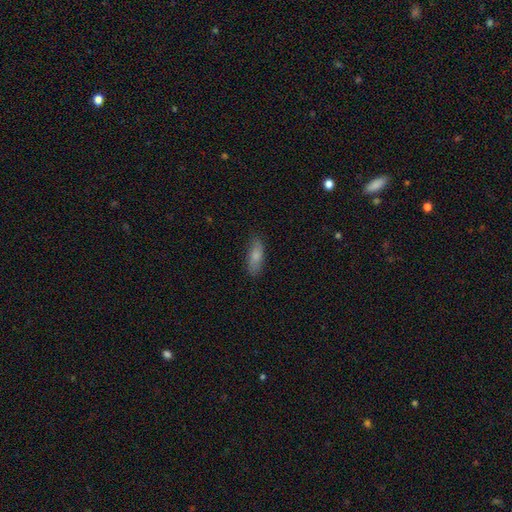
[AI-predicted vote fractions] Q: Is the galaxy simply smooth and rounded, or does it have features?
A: smooth — 79%.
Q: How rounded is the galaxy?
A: in between — 74%.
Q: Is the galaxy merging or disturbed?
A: none — 78%.